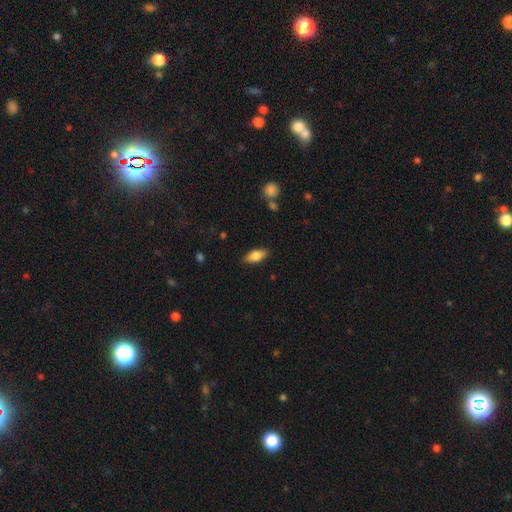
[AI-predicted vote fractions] A smooth galaxy with no disk features (77%) that is in between round and cigar-shaped (83%). Merging: none (85%).